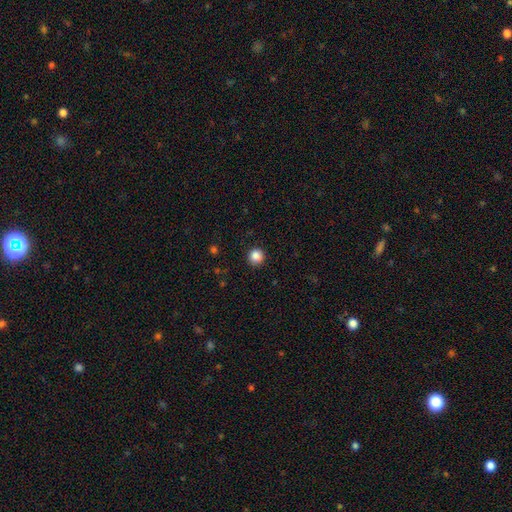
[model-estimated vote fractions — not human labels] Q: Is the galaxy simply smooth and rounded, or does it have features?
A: smooth — 87%.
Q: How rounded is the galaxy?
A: round — 94%.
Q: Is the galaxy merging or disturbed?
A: none — 91%.